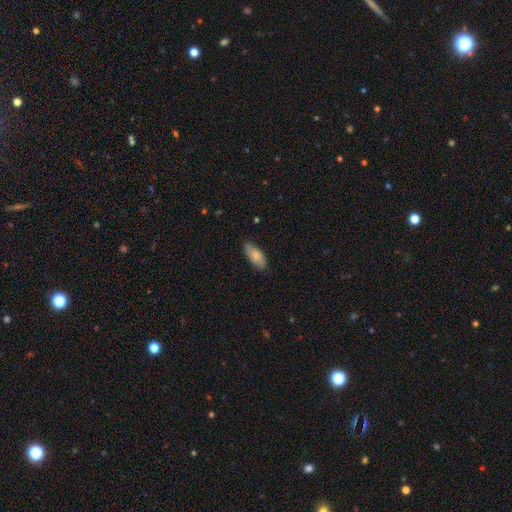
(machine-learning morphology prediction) The model was most divided on "merging": none: 80%, minor disturbance: 16%, major disturbance: 3%, merger: 1%. More confident: how rounded — in between (84%); smooth or featured — smooth (82%).